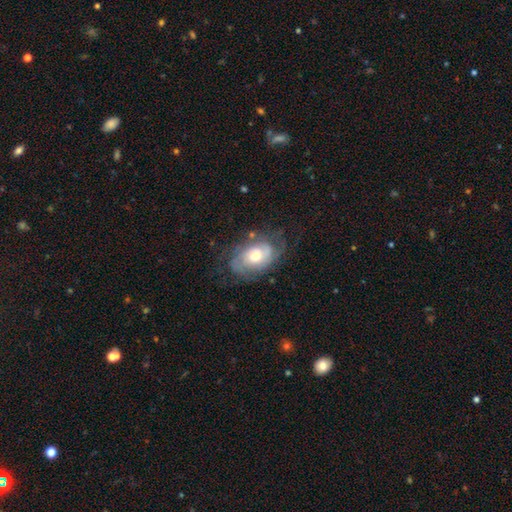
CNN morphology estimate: A featured or disk galaxy (69%) with no bar (77%), tight (55%) spiral arms (80%) and a moderate central bulge (70%). Merging: none (62%).